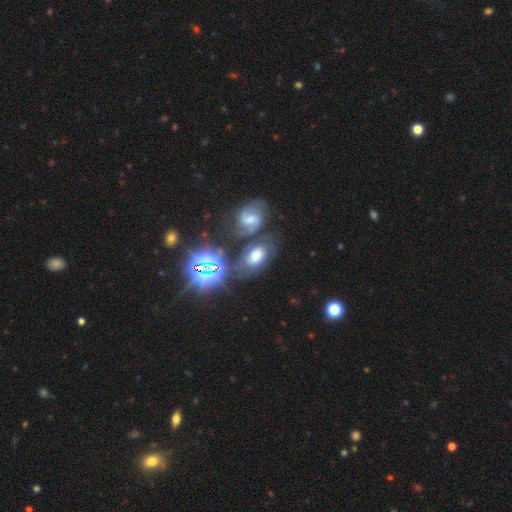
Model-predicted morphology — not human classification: Smooth or featured?
  - smooth: 42% *
  - featured or disk: 33%
  - star or artifact: 24%
Merging?
  - none: 49% *
  - merger: 21%
  - minor disturbance: 19%
  - major disturbance: 12%